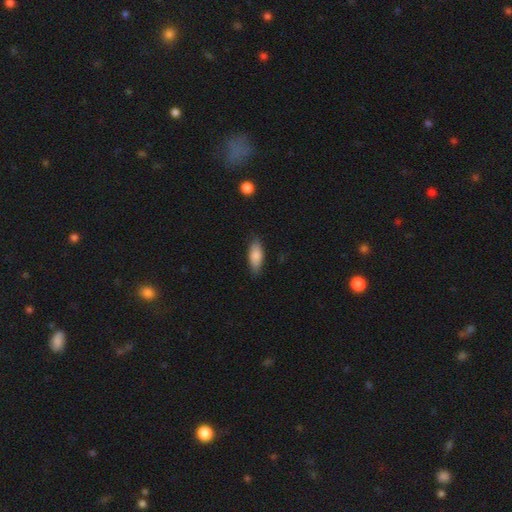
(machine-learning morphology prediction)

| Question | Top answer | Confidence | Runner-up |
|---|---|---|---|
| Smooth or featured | smooth | 83% | featured or disk (11%) |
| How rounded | in between | 78% | cigar-shaped (20%) |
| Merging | none | 82% | minor disturbance (15%) |